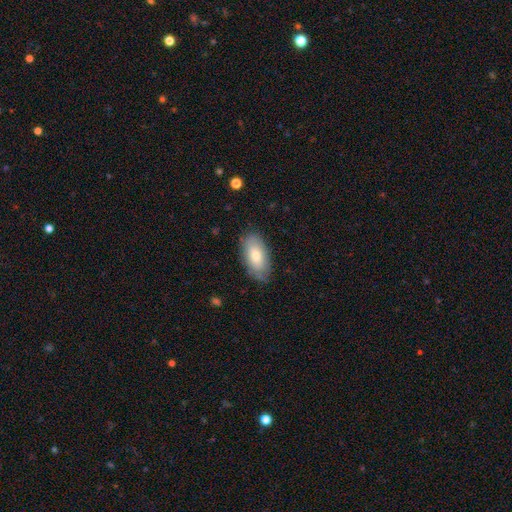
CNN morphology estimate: This appears to be a smooth galaxy with no disk features (72%) that is in between round and cigar-shaped (93%). Merging: none (78%).